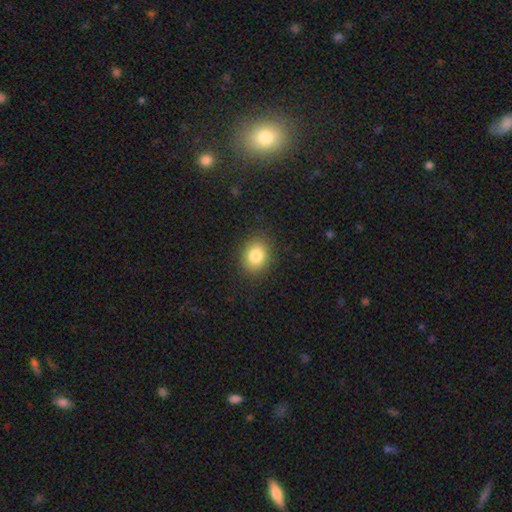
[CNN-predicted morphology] smooth 83%, star or artifact 10%, featured or disk 7%. Down the decision tree: how rounded — round (52%); merging — none (88%).